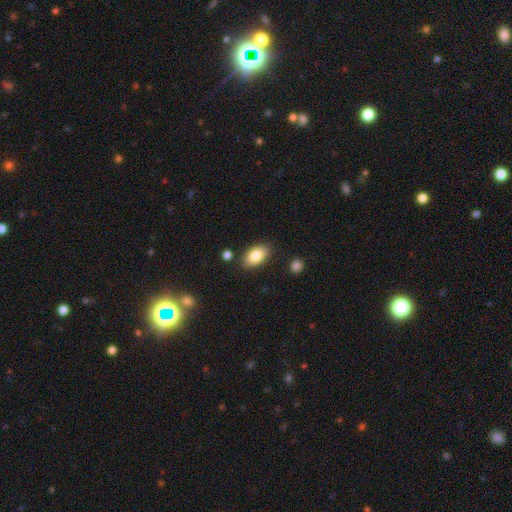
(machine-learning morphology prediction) Q: Smooth or featured?
A: smooth (83%); runner-up: featured or disk (10%)
Q: How rounded?
A: in between (92%); runner-up: round (6%)
Q: Merging?
A: none (84%); runner-up: minor disturbance (11%)